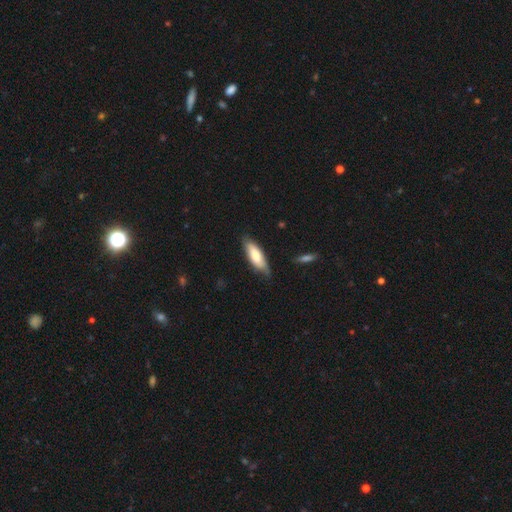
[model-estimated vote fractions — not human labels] The model was most divided on "how rounded": in between: 60%, cigar-shaped: 39%, round: 2%. More confident: merging — none (70%); smooth or featured — smooth (70%).